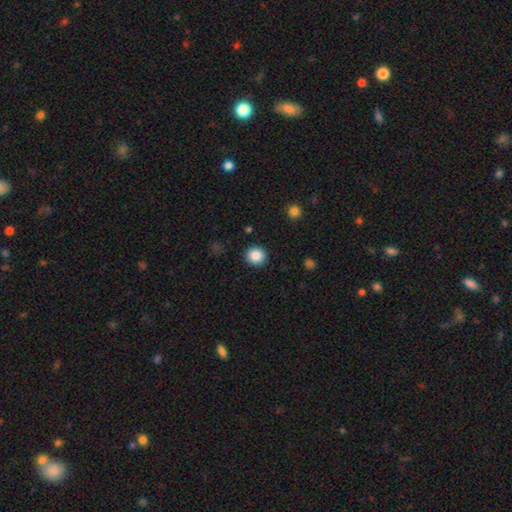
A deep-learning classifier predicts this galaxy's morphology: Smooth or featured? smooth (87%)
How rounded? round (90%)
Merging? none (92%)